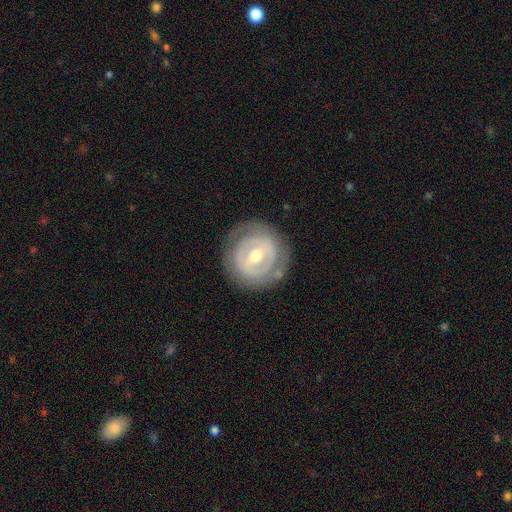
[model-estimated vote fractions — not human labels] Smooth or featured: featured or disk — 69% (smooth — 26%)
Edge-on disk: no — 96% (yes — 4%)
Bar: weak — 42% (no — 29%)
Spiral arms: no — 64% (yes — 36%)
Bulge size: moderate — 70% (small — 23%)
Merging: none — 79% (minor disturbance — 13%)